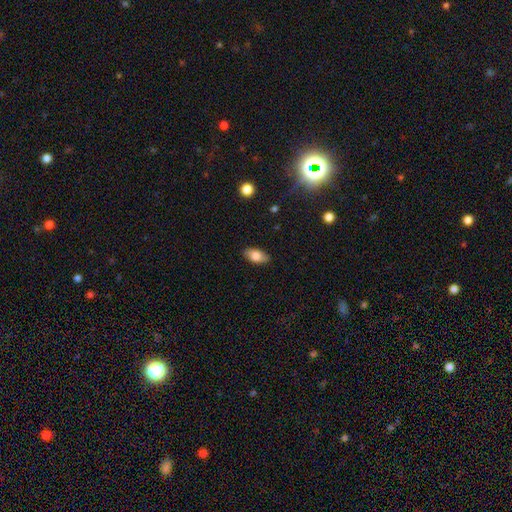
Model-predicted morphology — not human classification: The model was most divided on "smooth or featured": smooth: 81%, featured or disk: 12%, star or artifact: 7%. More confident: how rounded — in between (91%); merging — none (86%).